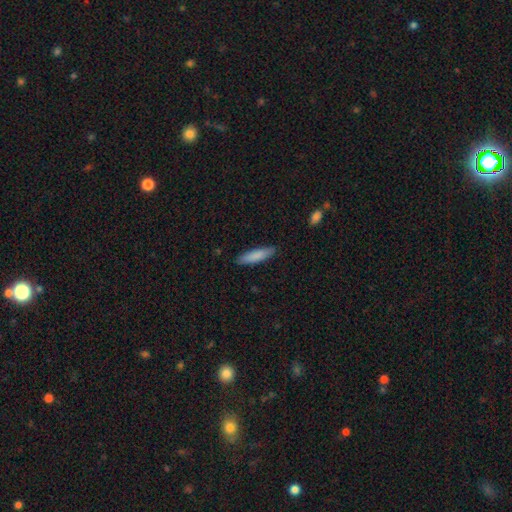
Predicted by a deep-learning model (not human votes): A smooth galaxy with no disk features (84%) that is cigar-shaped (73%).

Vote fractions:
- Smooth or featured? smooth: 84% / featured or disk: 10% / star or artifact: 6%
- How rounded? cigar-shaped: 73% / in between: 26% / round: 1%
- Merging? none: 89% / minor disturbance: 8% / major disturbance: 2% / merger: 1%